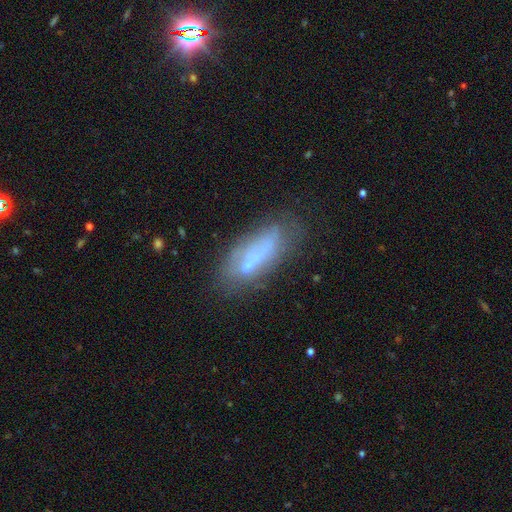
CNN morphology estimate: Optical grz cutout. It shows a smooth galaxy with no disk features (48%). Merging: none (52%).